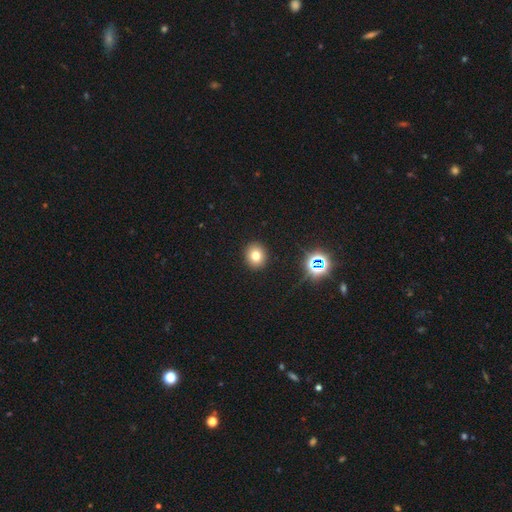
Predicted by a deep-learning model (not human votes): The model was most divided on "how rounded": round: 76%, in between: 23%, cigar-shaped: 1%. More confident: merging — none (91%); smooth or featured — smooth (74%).